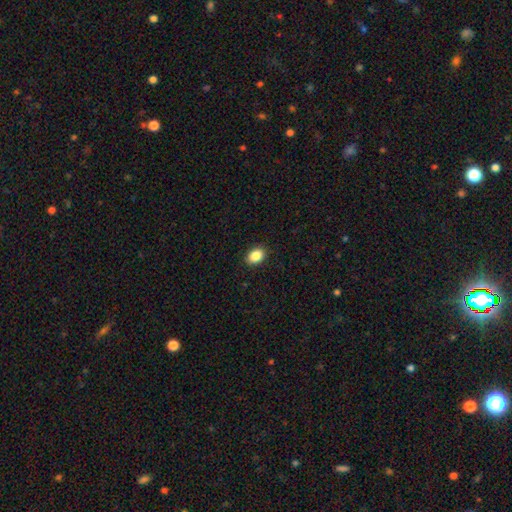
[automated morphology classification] This is clearly a smooth galaxy (87%). How rounded: likely in between (77%). Merging: clearly none (90%).